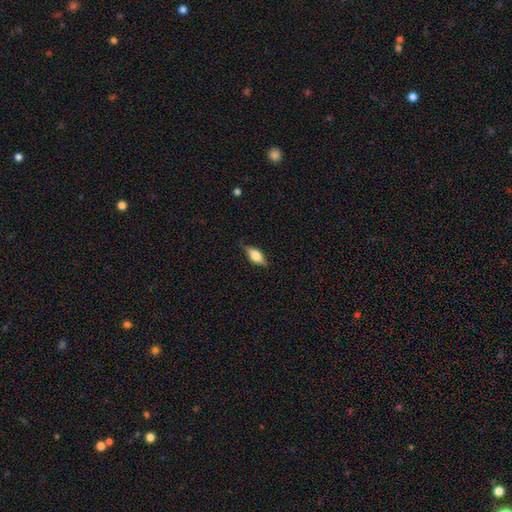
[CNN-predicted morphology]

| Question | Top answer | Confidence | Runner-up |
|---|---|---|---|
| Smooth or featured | smooth | 54% | featured or disk (39%) |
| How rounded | in between | 74% | cigar-shaped (22%) |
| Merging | none | 78% | minor disturbance (17%) |